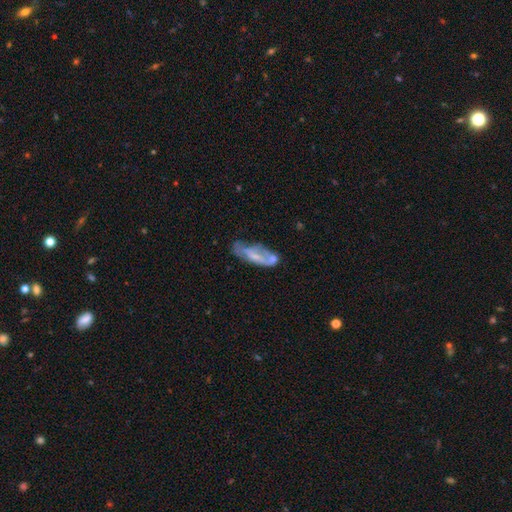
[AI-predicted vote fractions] featured or disk 55%, smooth 37%, star or artifact 8%. Down the decision tree: edge-on disk — no (84%); merging — none (37%).